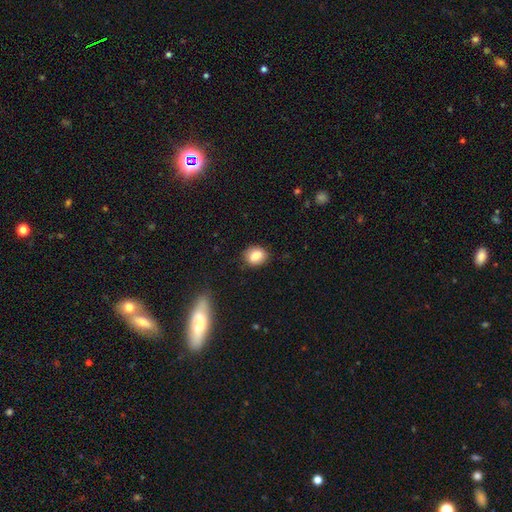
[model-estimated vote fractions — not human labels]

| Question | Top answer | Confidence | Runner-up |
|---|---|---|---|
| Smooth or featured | smooth | 84% | star or artifact (9%) |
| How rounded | round | 63% | in between (36%) |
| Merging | none | 84% | minor disturbance (12%) |